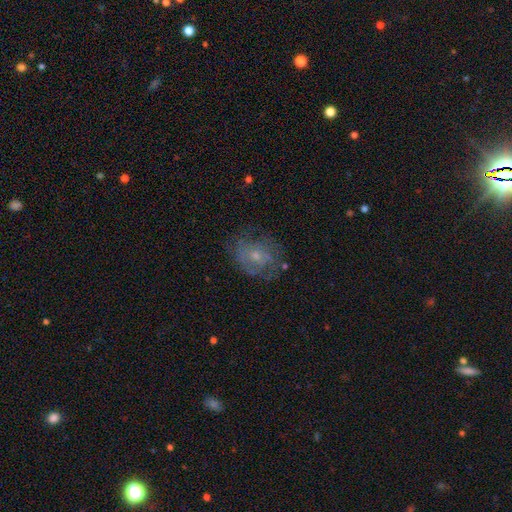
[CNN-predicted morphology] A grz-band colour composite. It shows a featured or disk galaxy (57%) with no bar (77%), spiral arms (60%) and a small central bulge (55%). Merging: none (61%).